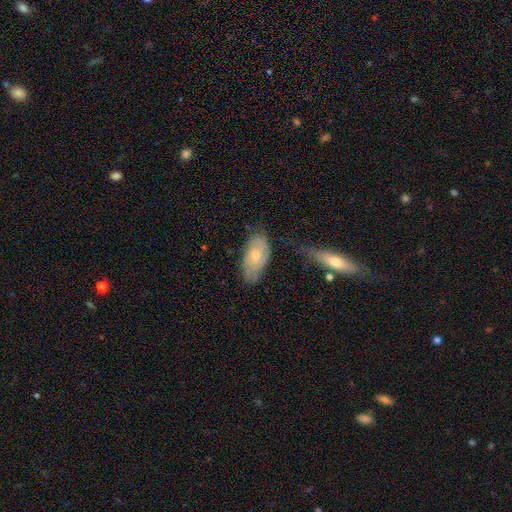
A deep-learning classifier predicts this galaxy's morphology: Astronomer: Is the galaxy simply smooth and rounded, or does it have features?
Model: featured or disk — 57% (runner-up: smooth, 36%).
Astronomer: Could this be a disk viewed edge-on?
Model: no — 92%.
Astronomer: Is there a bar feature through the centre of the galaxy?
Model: no — 74%.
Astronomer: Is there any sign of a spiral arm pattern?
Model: yes — 81%.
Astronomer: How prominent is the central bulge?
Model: small — 56% (runner-up: moderate, 40%).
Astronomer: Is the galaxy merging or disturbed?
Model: none — 59%.